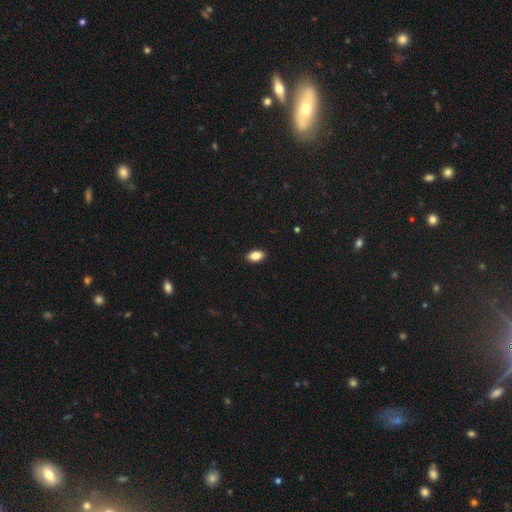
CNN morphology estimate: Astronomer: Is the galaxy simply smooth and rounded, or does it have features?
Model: smooth — 85%.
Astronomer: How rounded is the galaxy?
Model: in between — 89%.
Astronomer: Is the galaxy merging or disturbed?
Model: none — 90%.